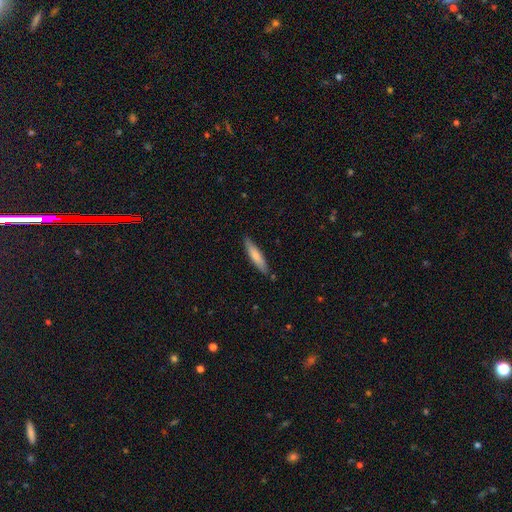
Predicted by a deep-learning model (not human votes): smooth-or-featured: smooth: 75% | featured or disk: 20% | star or artifact: 5%
  how-rounded: cigar-shaped: 82% | in between: 17% | round: 1%
  merging: none: 85% | minor disturbance: 11% | major disturbance: 2% | merger: 2%